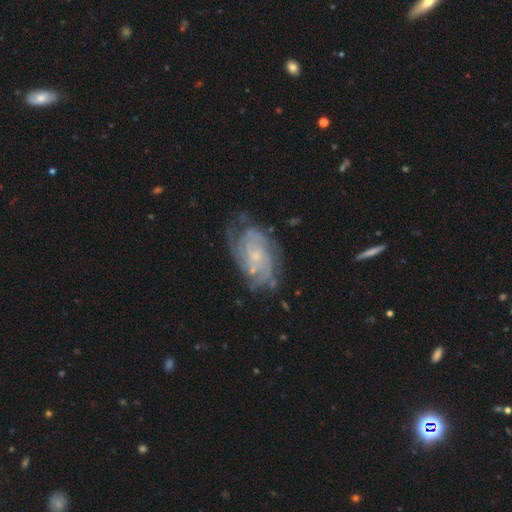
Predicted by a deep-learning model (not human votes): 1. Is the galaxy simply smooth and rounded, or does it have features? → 81% featured or disk, 12% smooth, 7% star or artifact.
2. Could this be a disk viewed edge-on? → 96% no, 4% yes.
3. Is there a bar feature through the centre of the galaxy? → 73% no, 23% weak, 4% strong.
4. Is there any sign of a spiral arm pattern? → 93% yes, 7% no.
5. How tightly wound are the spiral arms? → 63% tight, 29% medium, 8% loose.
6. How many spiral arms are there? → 41% can't tell, 18% 2, 15% 3, 14% 4, 7% more than 4, 6% 1.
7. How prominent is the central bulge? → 75% small, 15% moderate, 8% none, 1% large, 1% dominant.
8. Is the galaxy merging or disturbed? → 65% none, 22% minor disturbance, 10% major disturbance, 2% merger.